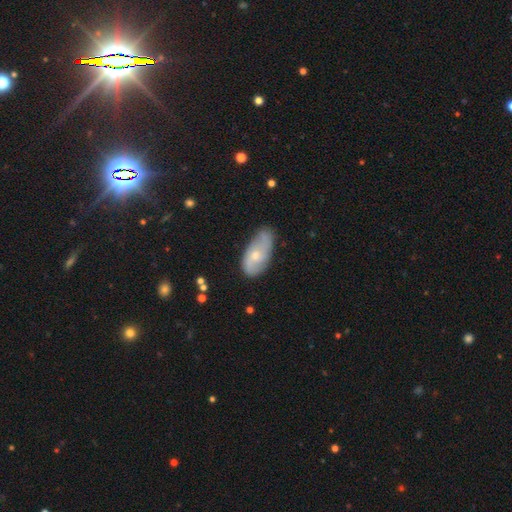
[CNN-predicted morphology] Smooth or featured?
  - featured or disk: 47% *
  - smooth: 46%
  - star or artifact: 7%
Merging?
  - none: 58% *
  - minor disturbance: 32%
  - major disturbance: 8%
  - merger: 3%